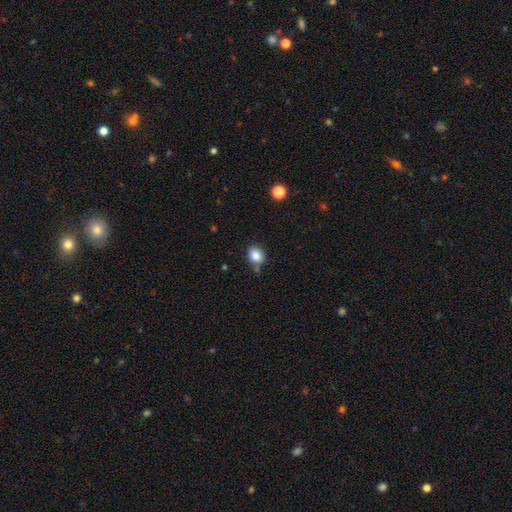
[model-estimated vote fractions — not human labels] The model was most divided on "how rounded": round: 66%, in between: 33%, cigar-shaped: 1%. More confident: smooth or featured — smooth (84%); merging — none (69%).